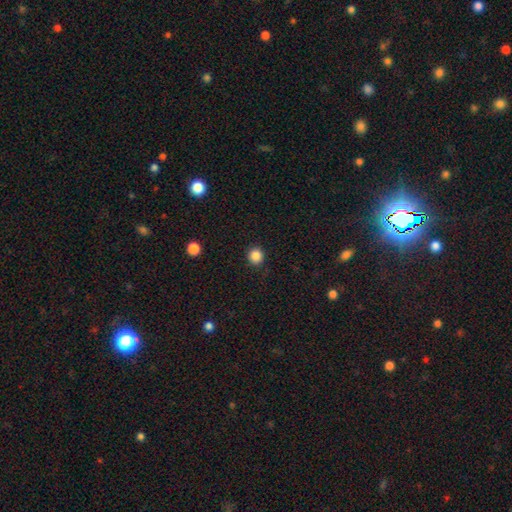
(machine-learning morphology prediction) This appears to be a smooth galaxy with no disk features (86%) that is round (92%). Merging: none (90%).